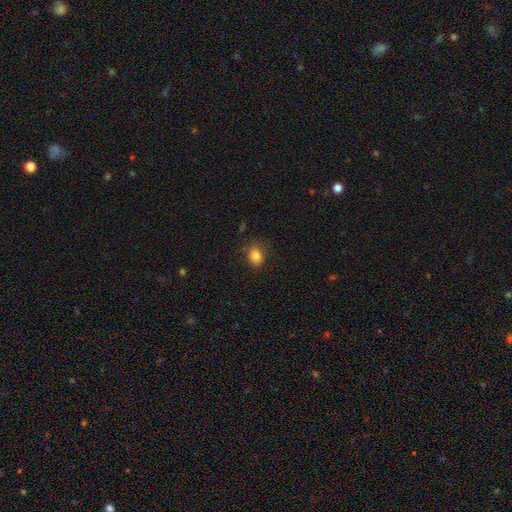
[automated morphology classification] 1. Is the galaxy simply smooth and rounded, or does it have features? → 84% smooth, 10% star or artifact, 6% featured or disk.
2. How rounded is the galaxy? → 63% in between, 36% round, 1% cigar-shaped.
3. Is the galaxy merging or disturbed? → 79% none, 15% minor disturbance, 4% major disturbance, 1% merger.